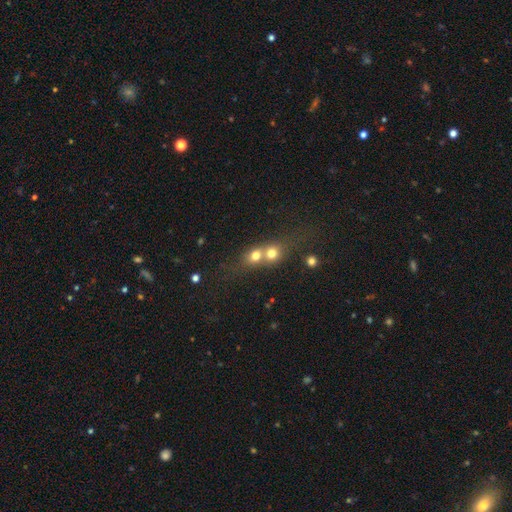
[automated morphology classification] smooth-or-featured: smooth: 71% | featured or disk: 15% | star or artifact: 13%
  how-rounded: round: 70% | in between: 27% | cigar-shaped: 3%
  merging: merger: 68% | none: 24% | minor disturbance: 5% | major disturbance: 3%